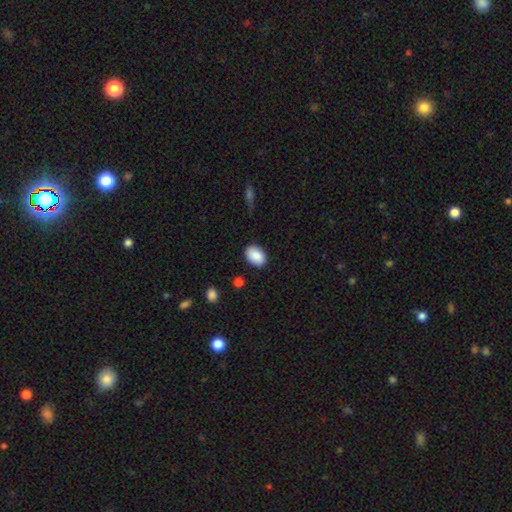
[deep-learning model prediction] The model was most divided on "how rounded": in between: 87%, round: 12%, cigar-shaped: 1%. More confident: smooth or featured — smooth (89%); merging — none (88%).